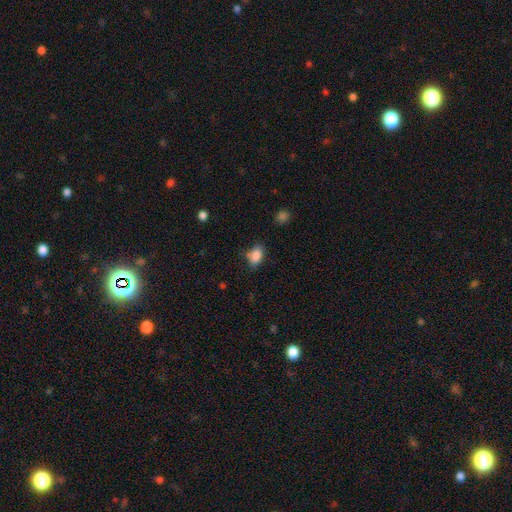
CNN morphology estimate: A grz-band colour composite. It shows a smooth galaxy with no disk features (85%) that is in between round and cigar-shaped (84%). Merging: none (67%).